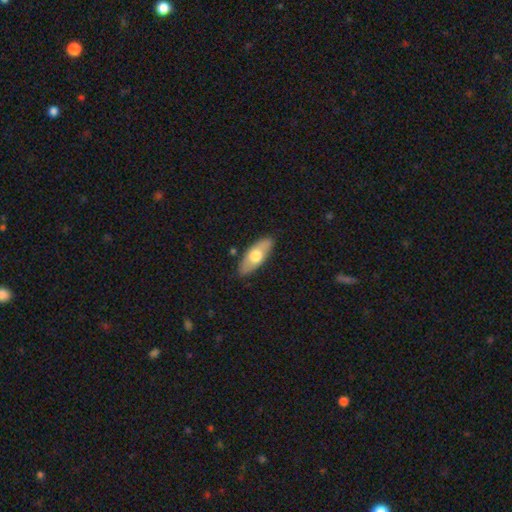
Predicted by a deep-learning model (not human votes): Overall: smooth (61%; featured or disk 33%). How rounded: in between (76%). Merging: none (86%).